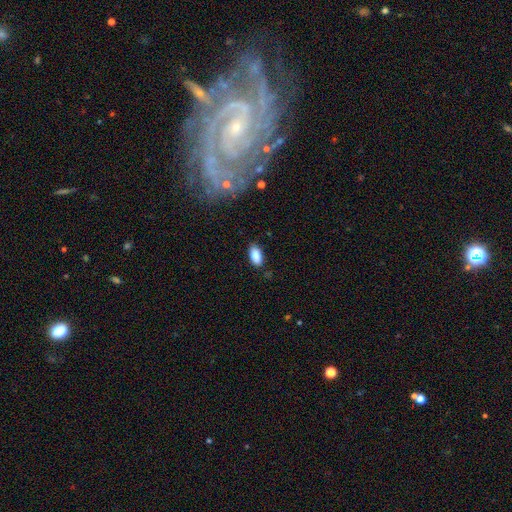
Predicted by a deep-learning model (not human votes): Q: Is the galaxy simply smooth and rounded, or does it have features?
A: smooth — 88%.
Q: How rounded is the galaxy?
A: in between — 92%.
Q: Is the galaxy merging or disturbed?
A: none — 82%.